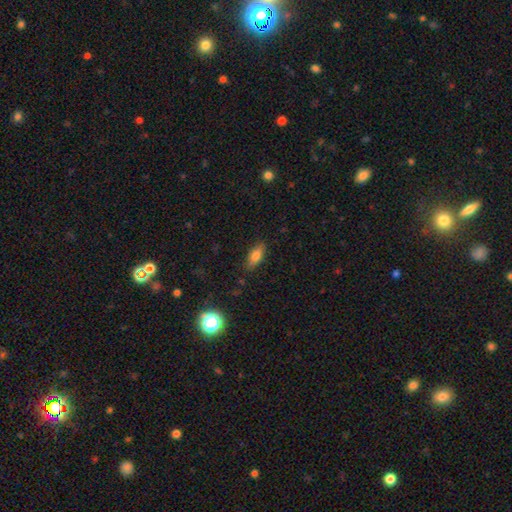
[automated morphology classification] Q: Smooth or featured?
A: smooth (73%); runner-up: featured or disk (17%)
Q: How rounded?
A: in between (74%); runner-up: cigar-shaped (22%)
Q: Merging?
A: none (84%); runner-up: minor disturbance (12%)